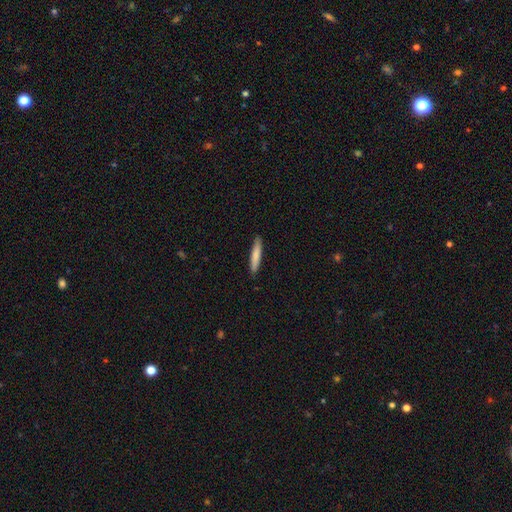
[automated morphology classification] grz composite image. It shows a smooth galaxy with no disk features (80%) that is cigar-shaped (91%). Merging: none (89%).